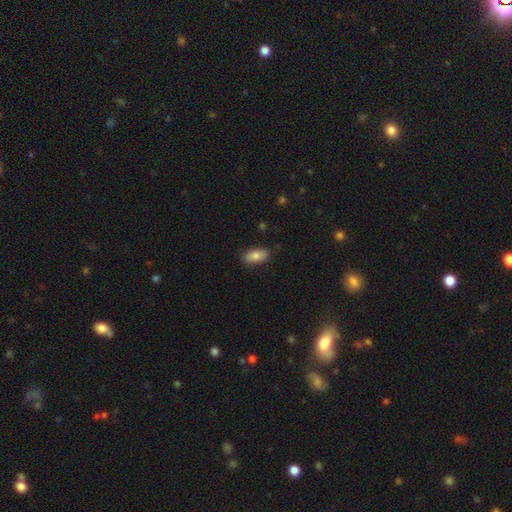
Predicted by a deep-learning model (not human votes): Smooth or featured?
  - smooth: 81% *
  - featured or disk: 12%
  - star or artifact: 7%
How rounded?
  - in between: 88% *
  - cigar-shaped: 9%
  - round: 3%
Merging?
  - none: 86% *
  - minor disturbance: 11%
  - major disturbance: 2%
  - merger: 1%